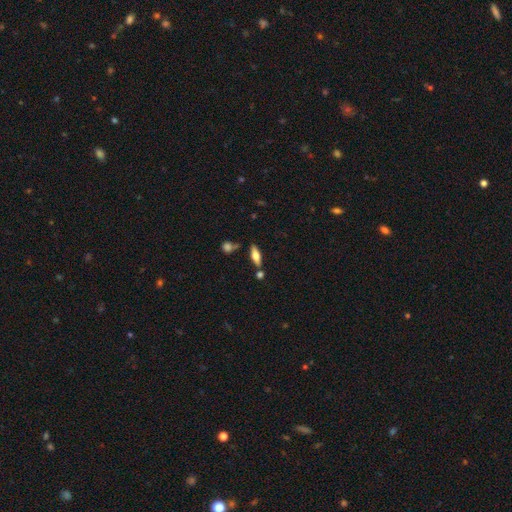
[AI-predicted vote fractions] Smooth or featured?
  - smooth: 55% *
  - featured or disk: 38%
  - star or artifact: 7%
How rounded?
  - in between: 58% *
  - cigar-shaped: 39%
  - round: 3%
Merging?
  - none: 74% *
  - minor disturbance: 13%
  - merger: 10%
  - major disturbance: 3%